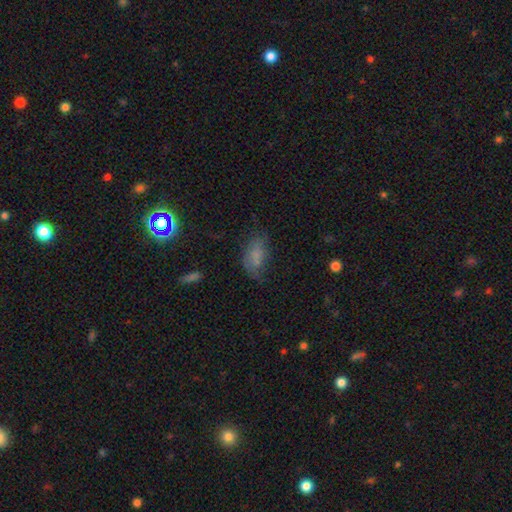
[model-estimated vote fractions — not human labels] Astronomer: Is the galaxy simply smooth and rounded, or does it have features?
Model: smooth — 64%.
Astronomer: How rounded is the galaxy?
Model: in between — 89%.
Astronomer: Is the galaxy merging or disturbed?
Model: none — 49% (runner-up: minor disturbance, 29%).